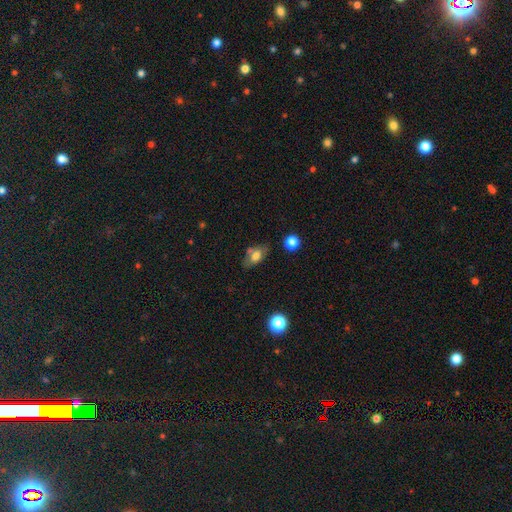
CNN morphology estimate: smooth_or_featured: smooth (p=0.67) [alt: featured or disk p=0.23]
how_rounded: in between (p=0.86) [alt: round p=0.10]
merging: none (p=0.59) [alt: minor disturbance p=0.21]